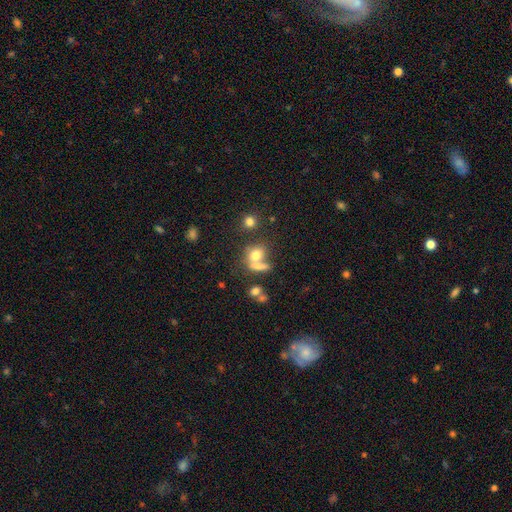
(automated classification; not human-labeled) Smooth or featured? smooth (71%)
How rounded? in between (49%)
Merging? merger (43%)